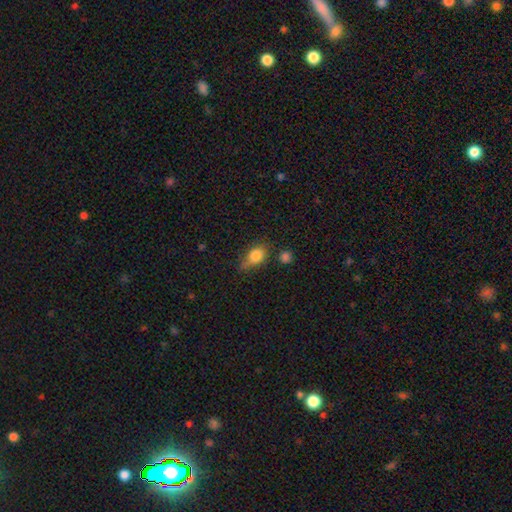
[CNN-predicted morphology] Overall: smooth (79%). How rounded: in between (69%). Merging: none (49%; minor disturbance 32%).